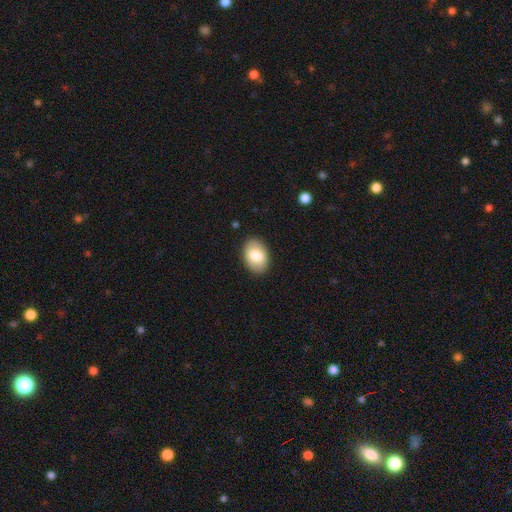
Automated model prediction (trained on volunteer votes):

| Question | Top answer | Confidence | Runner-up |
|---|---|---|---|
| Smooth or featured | smooth | 81% | featured or disk (13%) |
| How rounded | in between | 86% | round (13%) |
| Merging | none | 88% | minor disturbance (9%) |